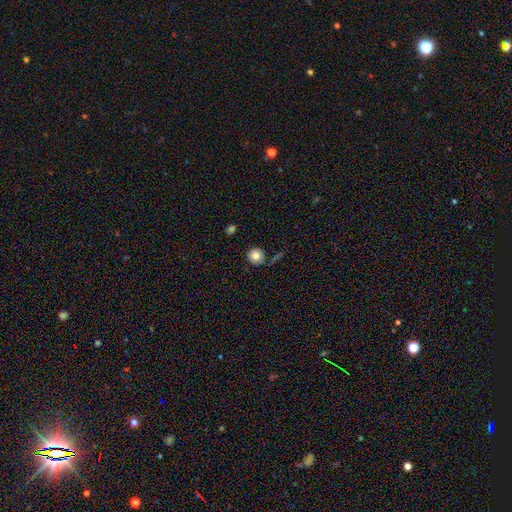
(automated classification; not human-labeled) A smooth galaxy with no disk features (82%) that is round (93%). Merging: none (80%).